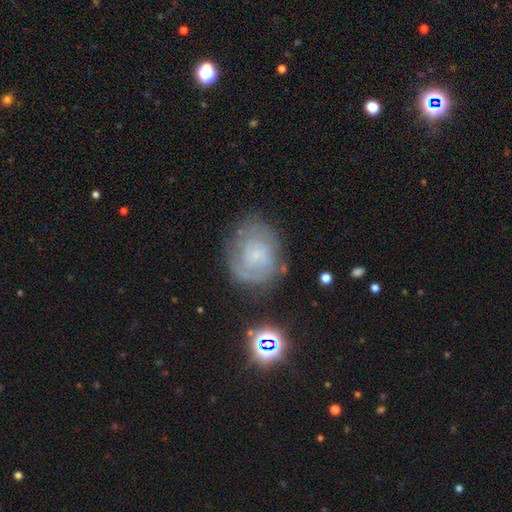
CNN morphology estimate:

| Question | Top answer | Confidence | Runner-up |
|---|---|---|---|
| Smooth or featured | featured or disk | 62% | smooth (27%) |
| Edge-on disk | no | 97% | yes (3%) |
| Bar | no | 68% | weak (27%) |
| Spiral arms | yes | 82% | no (18%) |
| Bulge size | small | 66% | none (18%) |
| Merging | none | 63% | minor disturbance (21%) |